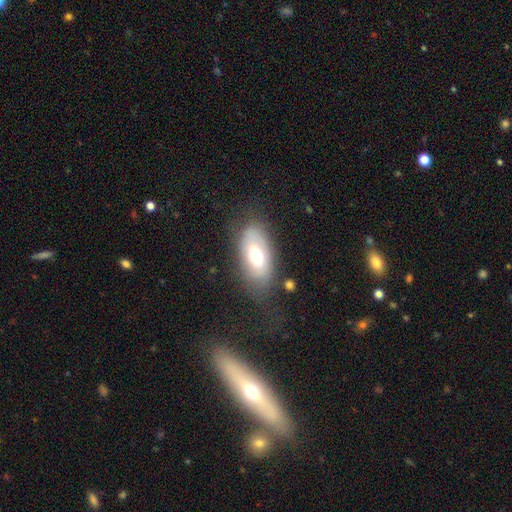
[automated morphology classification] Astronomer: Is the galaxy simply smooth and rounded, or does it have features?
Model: smooth — 62%.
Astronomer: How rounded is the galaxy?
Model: in between — 90%.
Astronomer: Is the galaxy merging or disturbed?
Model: none — 69%.